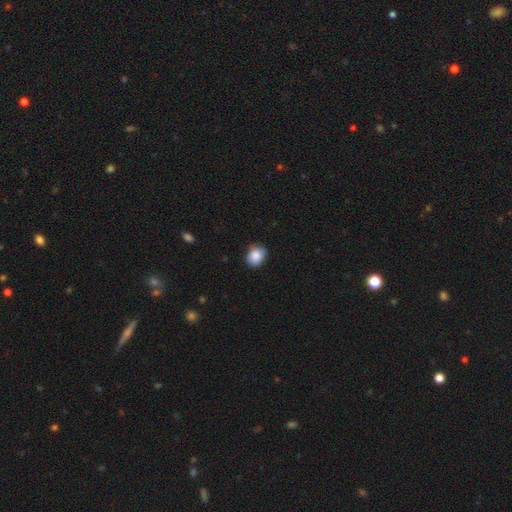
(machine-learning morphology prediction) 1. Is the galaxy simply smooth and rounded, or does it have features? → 87% smooth, 8% star or artifact, 4% featured or disk.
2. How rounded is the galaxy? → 63% round, 36% in between, 1% cigar-shaped.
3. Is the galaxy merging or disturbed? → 78% none, 18% minor disturbance, 3% major disturbance, 1% merger.